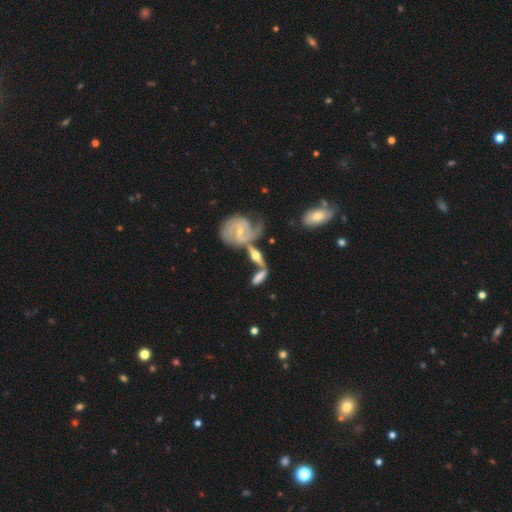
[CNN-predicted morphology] The model was most divided on "merging": merger: 38%, none: 36%, minor disturbance: 15%, major disturbance: 11%. More confident: smooth or featured — featured or disk (75%); edge-on disk — no (56%).